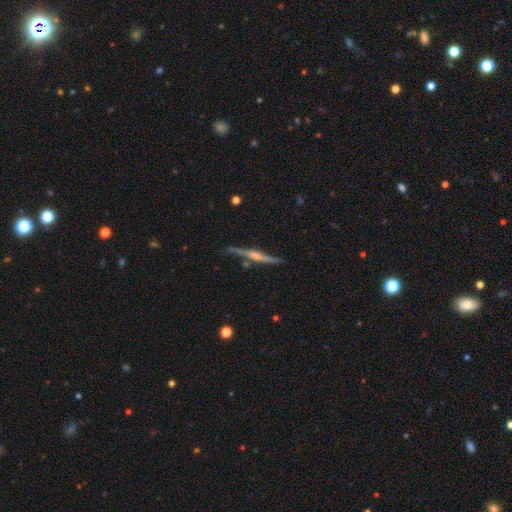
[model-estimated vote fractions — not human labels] smooth-or-featured: featured or disk: 79% | smooth: 15% | star or artifact: 6%
  disk-edge-on: yes: 95% | no: 5%
    edge-on-bulge: rounded: 66% | boxy: 18% | none: 16%
  merging: none: 75% | minor disturbance: 17% | merger: 4% | major disturbance: 4%